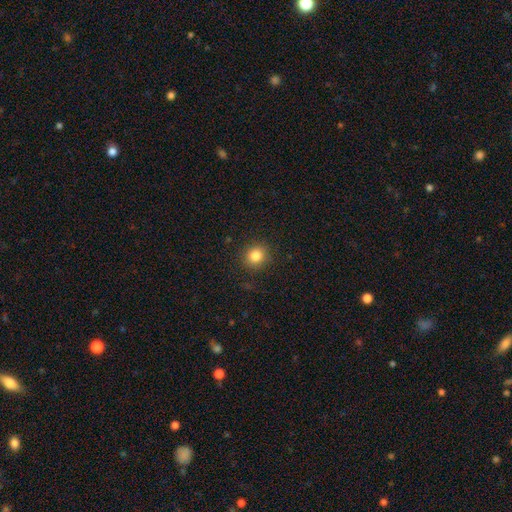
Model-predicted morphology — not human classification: Smooth or featured? smooth (84%)
How rounded? round (86%)
Merging? none (89%)